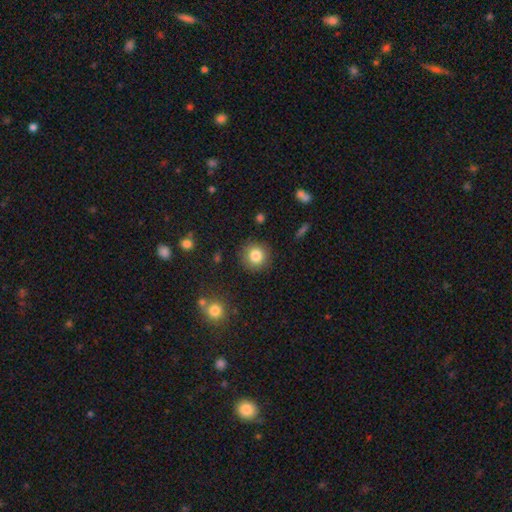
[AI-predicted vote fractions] A smooth galaxy with no disk features (83%) that is round (92%).

Vote fractions:
- Smooth or featured? smooth: 83% / star or artifact: 10% / featured or disk: 7%
- How rounded? round: 92% / in between: 7% / cigar-shaped: 1%
- Merging? none: 88% / minor disturbance: 8% / major disturbance: 3% / merger: 2%